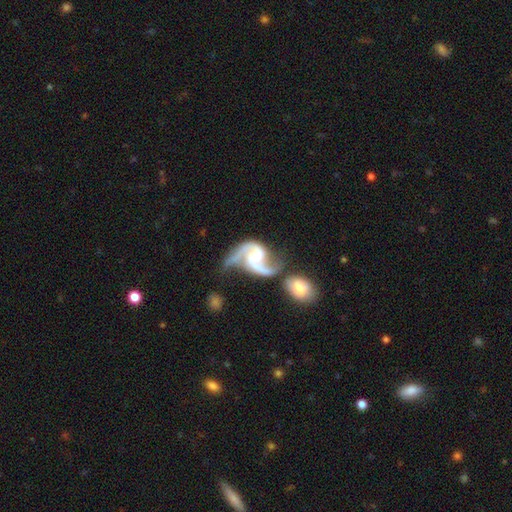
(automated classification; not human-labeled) smooth_or_featured: featured or disk (p=0.91) [alt: smooth p=0.05]
disk_edge_on: no (p=0.98) [alt: yes p=0.02]
bar: no (p=0.52) [alt: weak p=0.38]
has_spiral_arms: yes (p=0.97) [alt: no p=0.03]
spiral_winding: loose (p=0.49) [alt: medium p=0.41]
spiral_arm_count: 2 (p=0.91) [alt: 1 p=0.03]
bulge_size: moderate (p=0.46) [alt: small p=0.37]
merging: merger (p=0.33) [alt: none p=0.30]